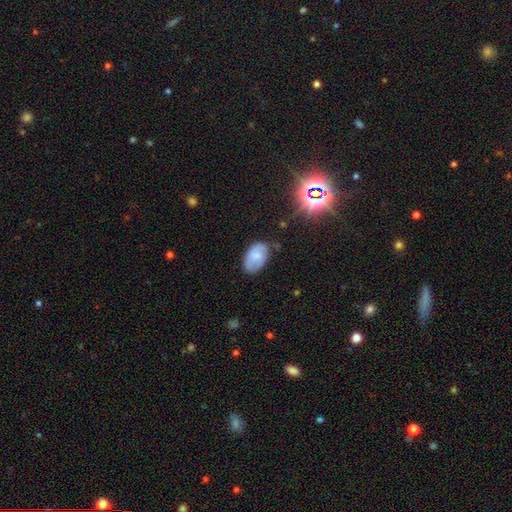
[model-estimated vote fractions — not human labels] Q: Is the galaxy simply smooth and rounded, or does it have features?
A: smooth — 69%.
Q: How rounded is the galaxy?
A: in between — 90%.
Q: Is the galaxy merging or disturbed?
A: none — 66%.